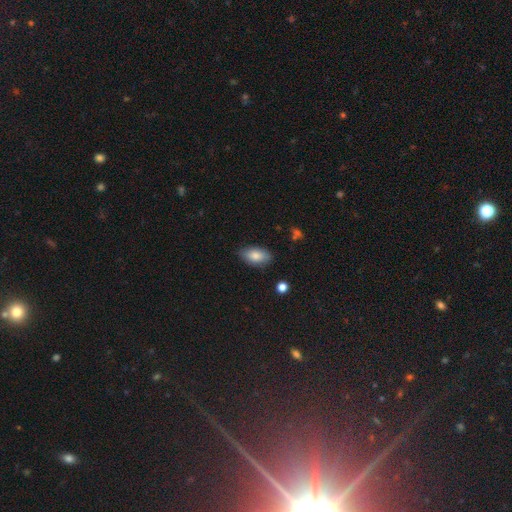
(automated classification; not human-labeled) Smooth or featured: smooth — 83% (featured or disk — 10%)
How rounded: in between — 93% (round — 4%)
Merging: none — 81% (minor disturbance — 15%)